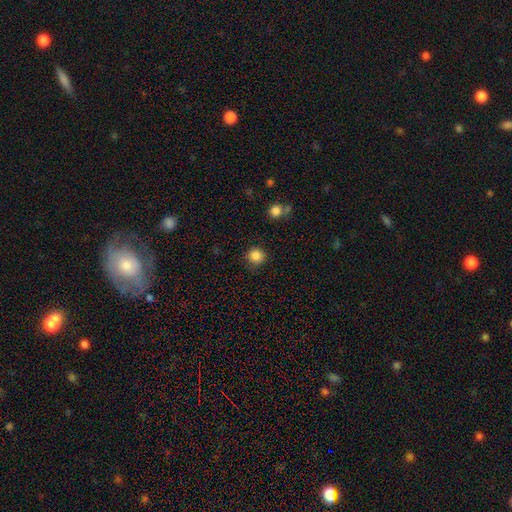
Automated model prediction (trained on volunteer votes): This appears to be a smooth galaxy with no disk features (86%) that is round (93%). Merging: none (87%).